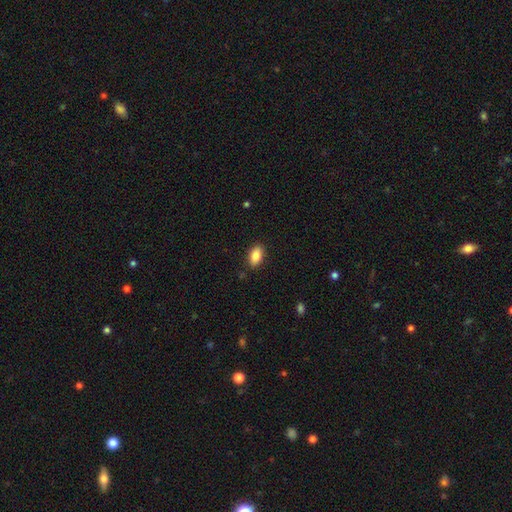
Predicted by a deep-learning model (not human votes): smooth_or_featured: smooth (p=0.86) [alt: star or artifact p=0.07]
how_rounded: in between (p=0.92) [alt: round p=0.05]
merging: none (p=0.88) [alt: minor disturbance p=0.09]